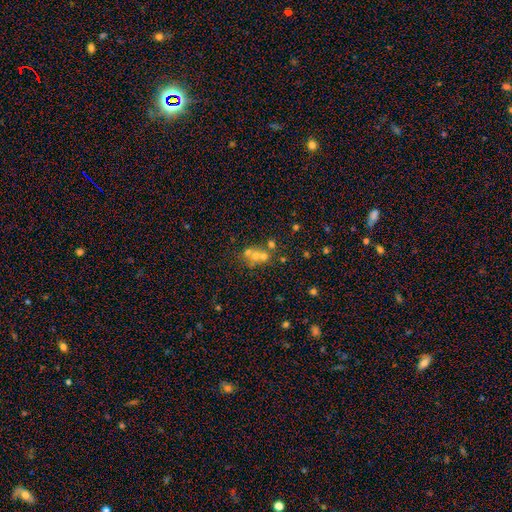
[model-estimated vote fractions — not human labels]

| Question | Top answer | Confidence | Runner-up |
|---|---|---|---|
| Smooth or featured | smooth | 46% | featured or disk (29%) |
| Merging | merger | 47% | none (40%) |